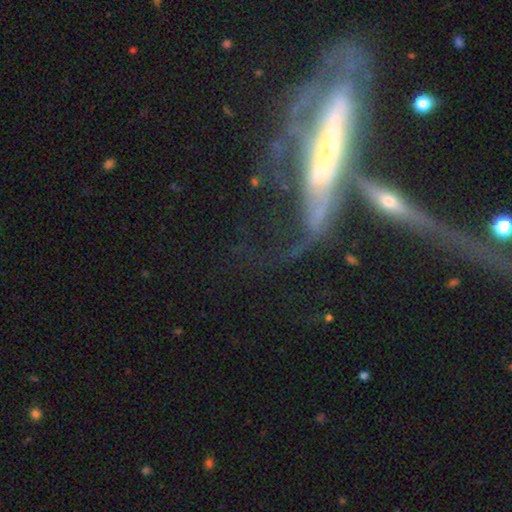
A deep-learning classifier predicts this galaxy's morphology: A featured or disk galaxy (70%). Merging: merger (36%).